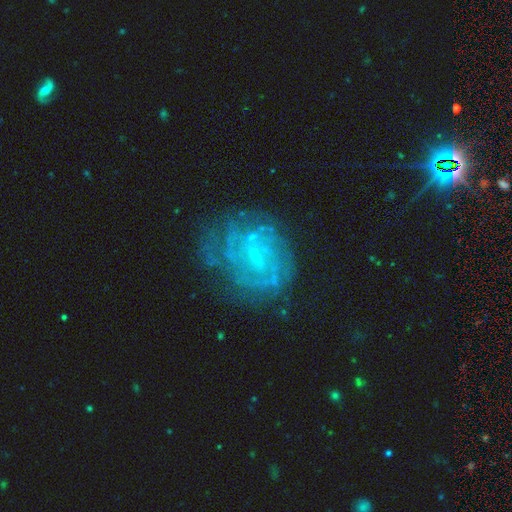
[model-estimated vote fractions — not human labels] Smooth or featured? featured or disk (77%)
Edge-on disk? no (97%)
Bar? weak (56%)
Spiral arms? yes (78%)
Spiral winding? tight (57%)
Spiral arm count? can't tell (51%)
Bulge size? small (61%)
Merging? none (61%)